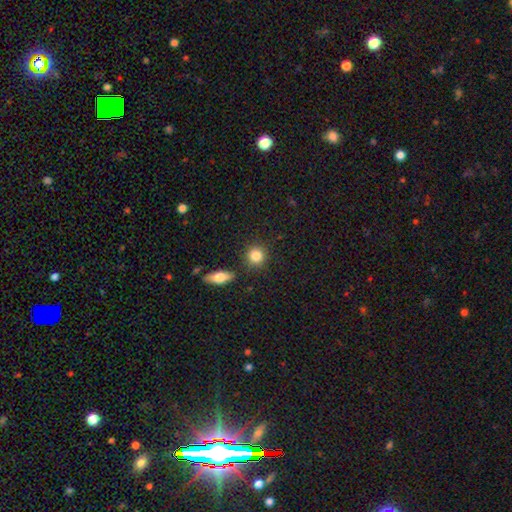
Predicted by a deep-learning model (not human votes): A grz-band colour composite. It shows a smooth galaxy with no disk features (85%) that is round (87%). Merging: none (84%).